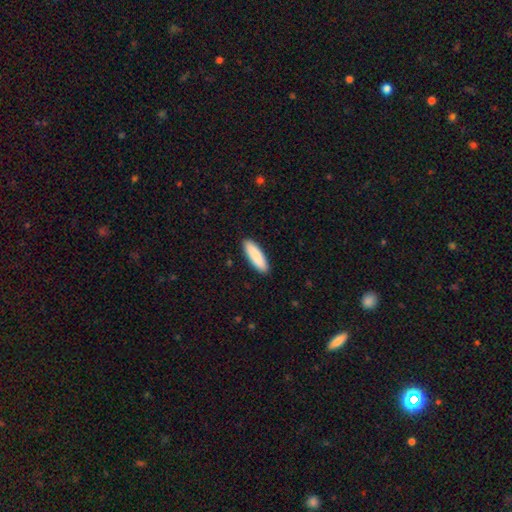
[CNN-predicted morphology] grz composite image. It shows a smooth galaxy with no disk features (90%) that is cigar-shaped (58%). Merging: none (91%).